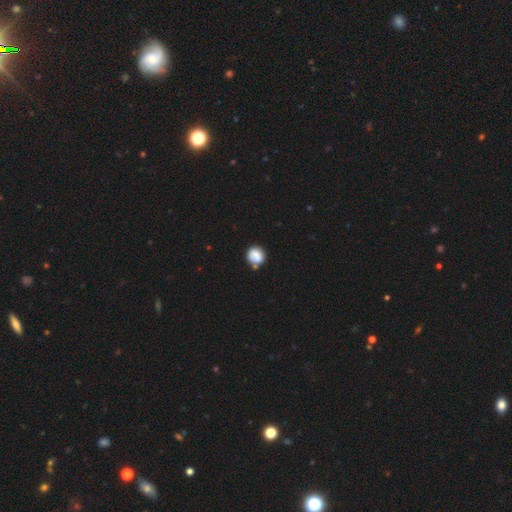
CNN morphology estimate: smooth-or-featured: smooth: 79% | featured or disk: 12% | star or artifact: 9%
  how-rounded: round: 82% | in between: 17% | cigar-shaped: 1%
  merging: none: 57% | minor disturbance: 22% | merger: 14% | major disturbance: 6%